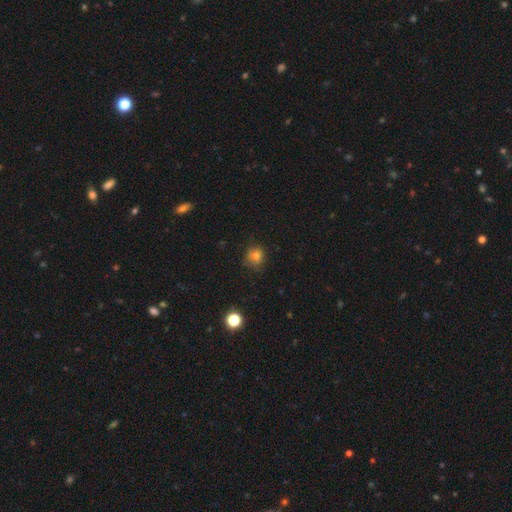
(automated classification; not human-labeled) Smooth or featured? Predicted: smooth (p=0.78). How rounded? Predicted: round (p=0.84). Merging? Predicted: none (p=0.74).